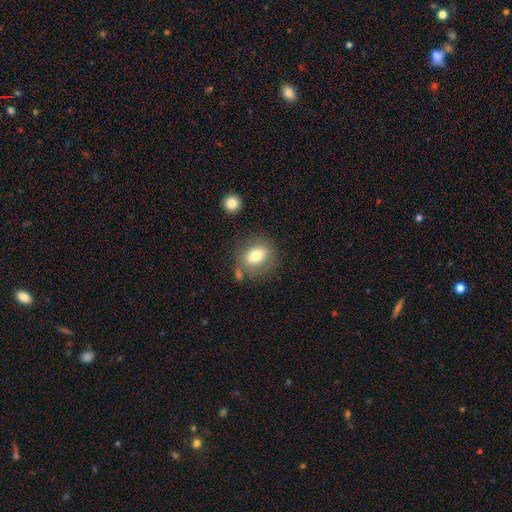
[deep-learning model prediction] Overall: smooth (71%). How rounded: round (50%; in between 49%). Merging: none (65%).